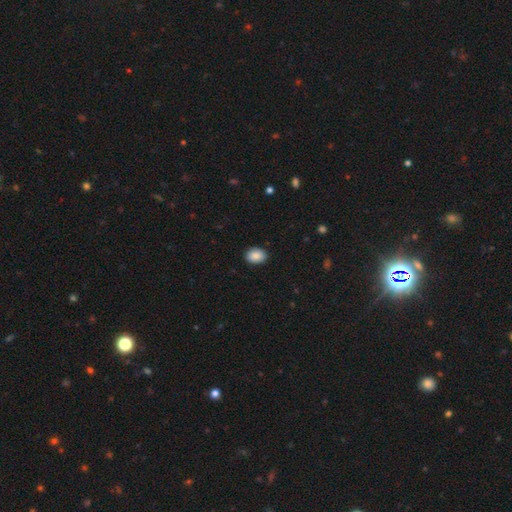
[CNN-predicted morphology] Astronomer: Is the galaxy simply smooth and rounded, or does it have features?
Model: smooth — 88%.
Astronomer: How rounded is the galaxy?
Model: in between — 68%.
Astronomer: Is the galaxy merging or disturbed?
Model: none — 90%.